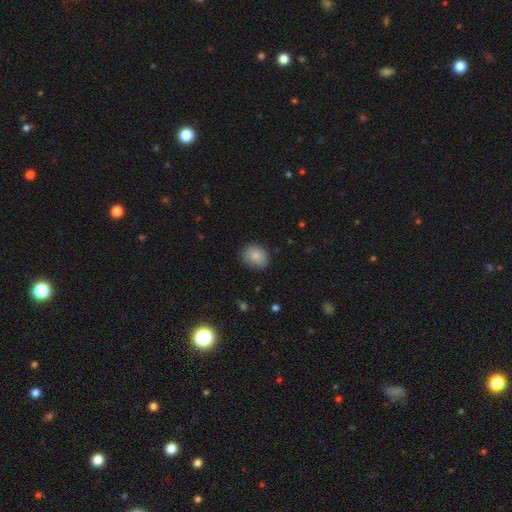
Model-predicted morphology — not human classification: Smooth or featured? smooth (85%)
How rounded? round (66%)
Merging? none (77%)